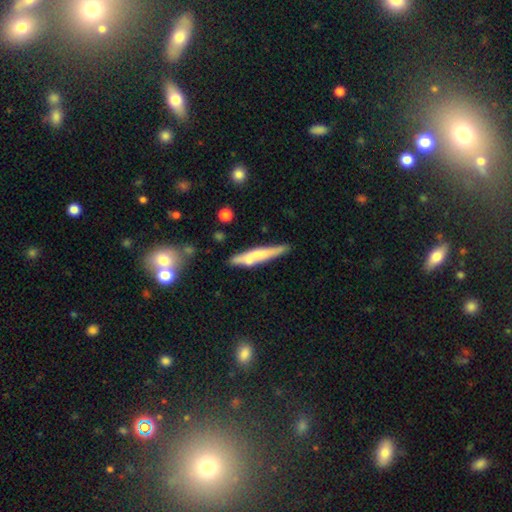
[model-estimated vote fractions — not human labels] smooth 54%, featured or disk 39%, star or artifact 6%. Down the decision tree: how rounded — cigar-shaped (90%); merging — none (68%).